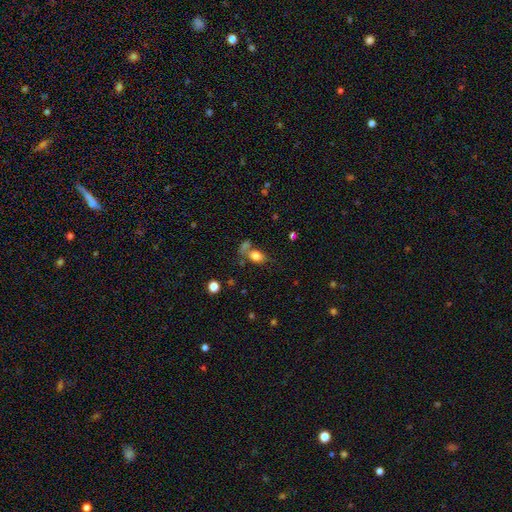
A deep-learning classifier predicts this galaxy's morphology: Smooth or featured? smooth (80%)
How rounded? in between (83%)
Merging? none (49%)